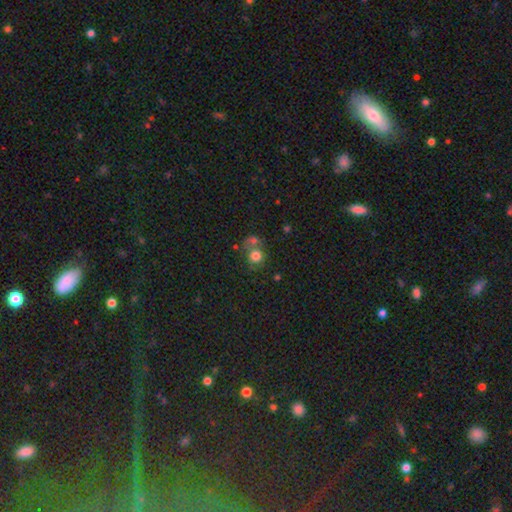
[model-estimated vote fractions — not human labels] This is likely a smooth galaxy (75%). How rounded: clearly round (85%). Merging: marginally none (44%).